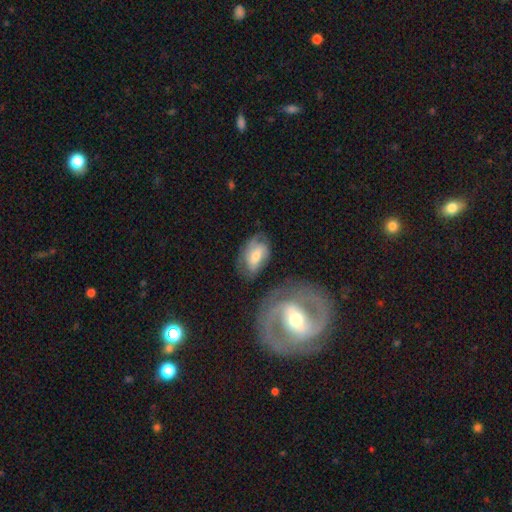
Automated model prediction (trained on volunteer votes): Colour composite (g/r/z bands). It shows a featured or disk galaxy (51%). Merging: none (56%).